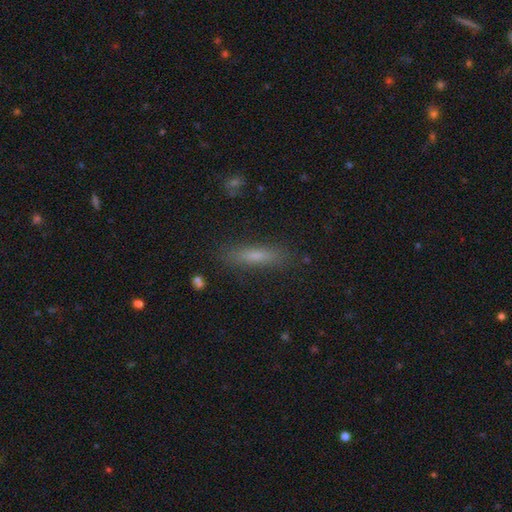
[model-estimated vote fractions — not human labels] This appears to be a smooth galaxy with no disk features (67%) that is cigar-shaped (78%). Merging: none (85%).